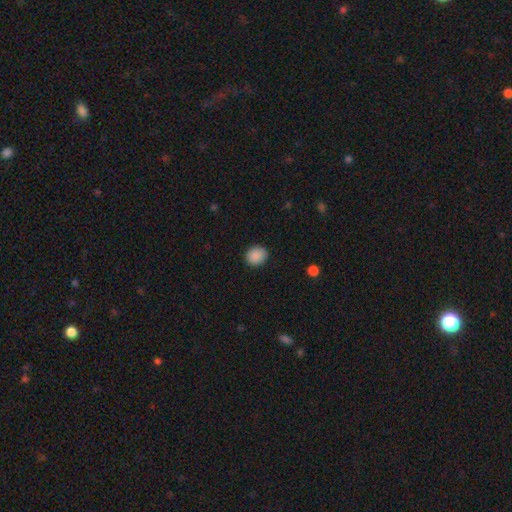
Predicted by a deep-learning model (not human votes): Smooth or featured? smooth (89%)
How rounded? round (69%)
Merging? none (88%)